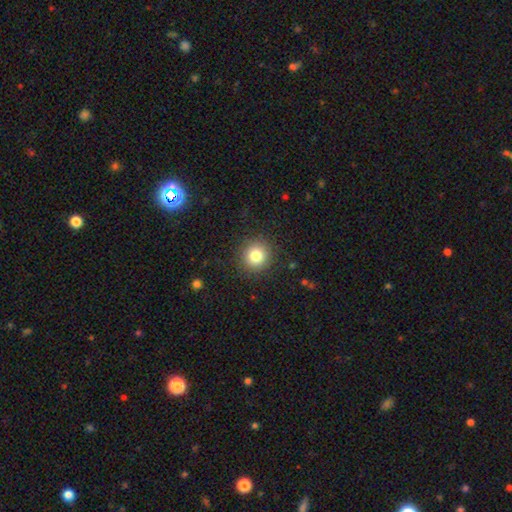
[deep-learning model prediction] This is clearly a smooth galaxy (81%). How rounded: clearly round (90%). Merging: clearly none (89%).